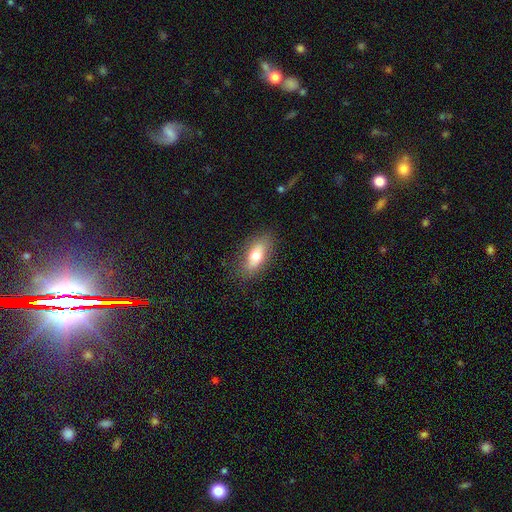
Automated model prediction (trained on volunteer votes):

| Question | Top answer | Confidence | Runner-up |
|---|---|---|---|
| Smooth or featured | smooth | 70% | featured or disk (23%) |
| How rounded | in between | 81% | cigar-shaped (14%) |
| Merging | none | 83% | minor disturbance (12%) |